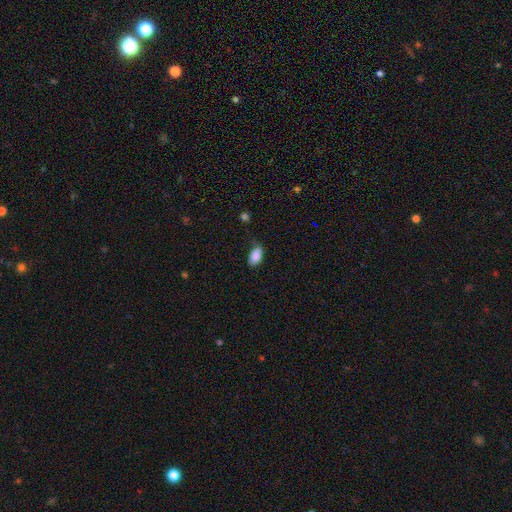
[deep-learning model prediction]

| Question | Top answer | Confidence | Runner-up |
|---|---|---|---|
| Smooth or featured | smooth | 87% | star or artifact (7%) |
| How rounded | in between | 93% | round (4%) |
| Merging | none | 68% | minor disturbance (26%) |